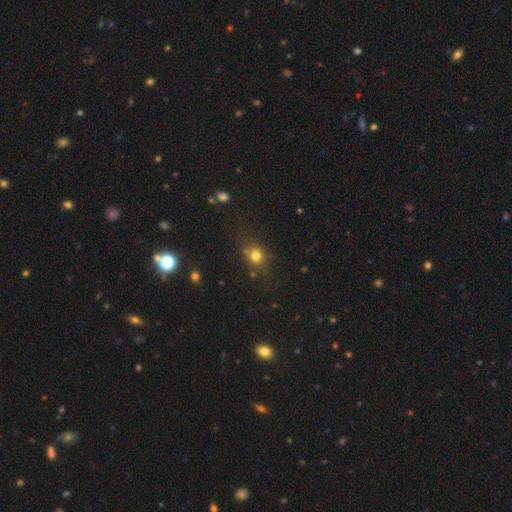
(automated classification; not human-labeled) Morphology: type=smooth (74%); roundness=round (73%); merging=none (72%).